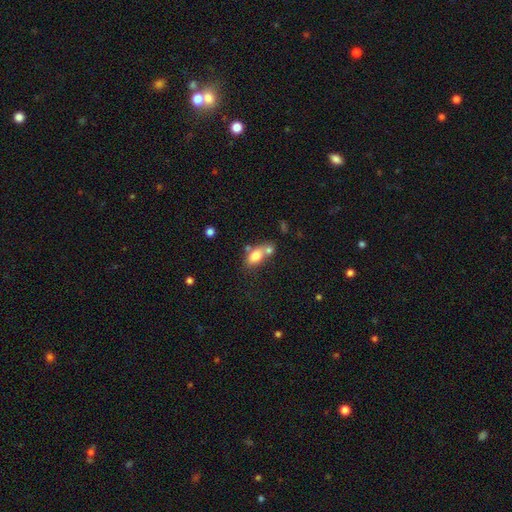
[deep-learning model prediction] Smooth or featured?
  - smooth: 76% *
  - featured or disk: 16%
  - star or artifact: 9%
How rounded?
  - in between: 79% *
  - round: 16%
  - cigar-shaped: 5%
Merging?
  - merger: 48% *
  - none: 35%
  - minor disturbance: 12%
  - major disturbance: 5%